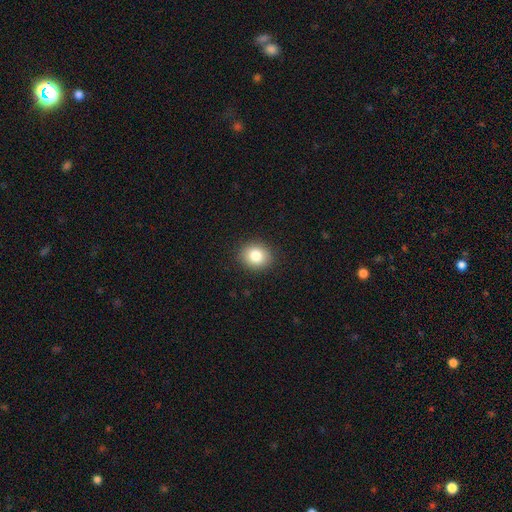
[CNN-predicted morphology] smooth_or_featured: smooth (p=0.83) [alt: star or artifact p=0.10]
how_rounded: round (p=0.71) [alt: in between p=0.28]
merging: none (p=0.90) [alt: minor disturbance p=0.07]